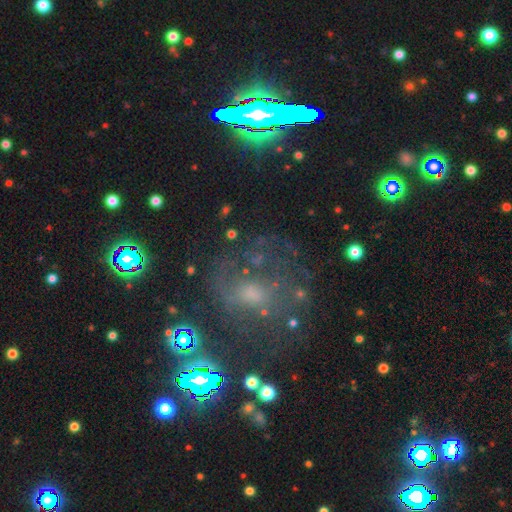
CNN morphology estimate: Overall: featured or disk (40%; star or artifact 38%). Merging: none (64%).